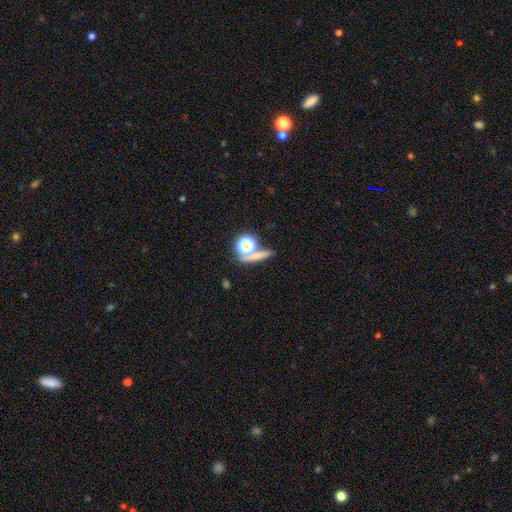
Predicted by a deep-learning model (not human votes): smooth_or_featured: smooth (p=0.52) [alt: star or artifact p=0.31]
how_rounded: round (p=0.46) [alt: cigar-shaped p=0.37]
merging: none (p=0.69) [alt: merger p=0.16]